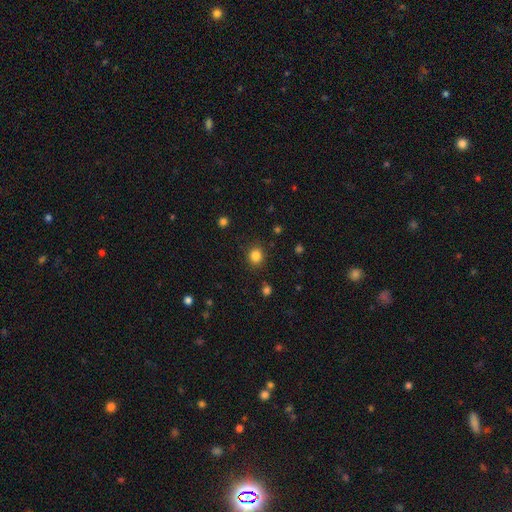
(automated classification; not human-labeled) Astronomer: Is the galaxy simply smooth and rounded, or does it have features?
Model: smooth — 84%.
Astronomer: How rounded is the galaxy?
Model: round — 80%.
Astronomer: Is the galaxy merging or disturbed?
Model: none — 88%.